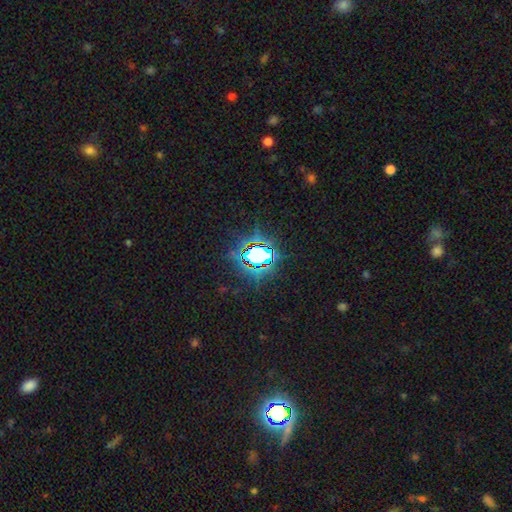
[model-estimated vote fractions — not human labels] smooth_or_featured: star or artifact (p=0.72) [alt: smooth p=0.17]